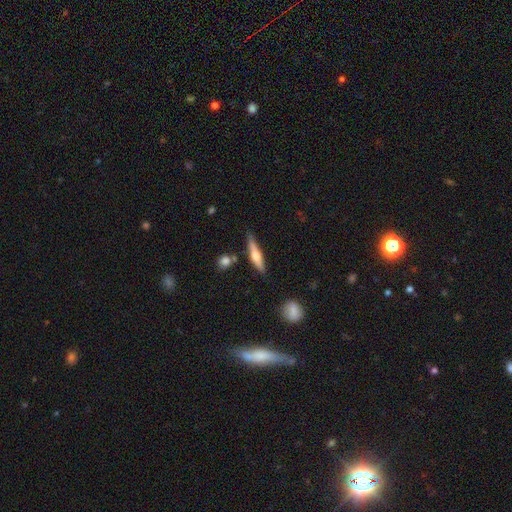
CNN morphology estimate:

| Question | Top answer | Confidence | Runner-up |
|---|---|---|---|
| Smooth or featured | featured or disk | 48% | smooth (45%) |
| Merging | none | 74% | minor disturbance (16%) |